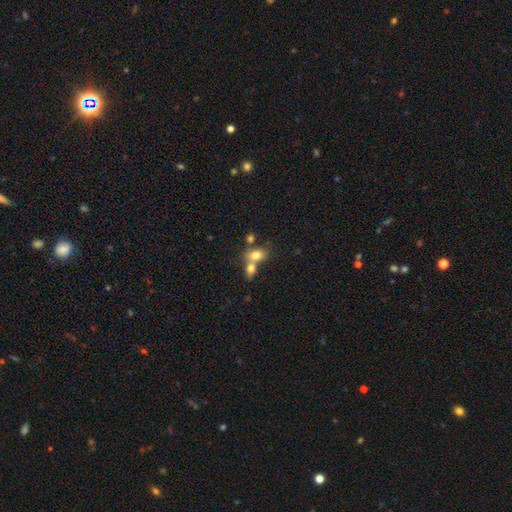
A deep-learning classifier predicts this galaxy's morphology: This appears to be a smooth galaxy with no disk features (78%) that is in between round and cigar-shaped (80%). Merging: merger (58%).